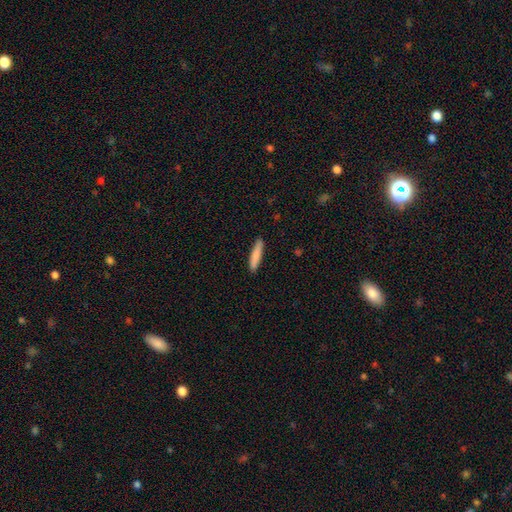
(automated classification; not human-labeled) Smooth or featured?
  - smooth: 83% *
  - featured or disk: 12%
  - star or artifact: 6%
How rounded?
  - cigar-shaped: 88% *
  - in between: 11%
  - round: 1%
Merging?
  - none: 89% *
  - minor disturbance: 9%
  - major disturbance: 2%
  - merger: 1%